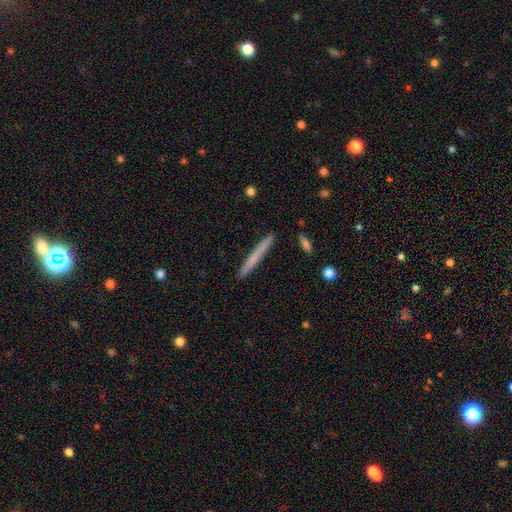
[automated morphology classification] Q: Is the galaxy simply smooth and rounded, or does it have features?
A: smooth — 62%.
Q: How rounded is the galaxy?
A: cigar-shaped — 97%.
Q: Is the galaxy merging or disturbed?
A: none — 92%.